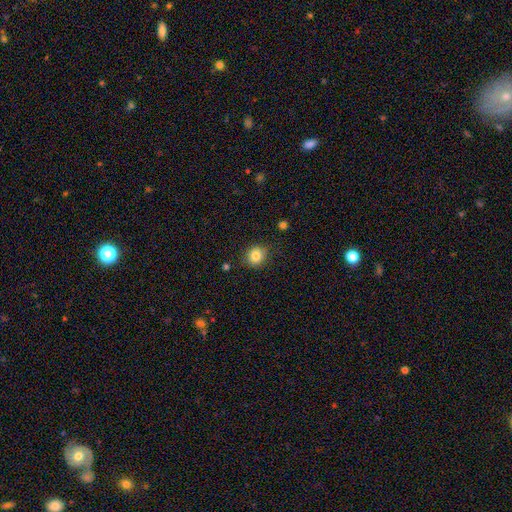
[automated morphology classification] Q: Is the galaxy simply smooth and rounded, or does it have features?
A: smooth — 84%.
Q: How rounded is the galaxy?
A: round — 78%.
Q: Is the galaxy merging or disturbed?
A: none — 86%.